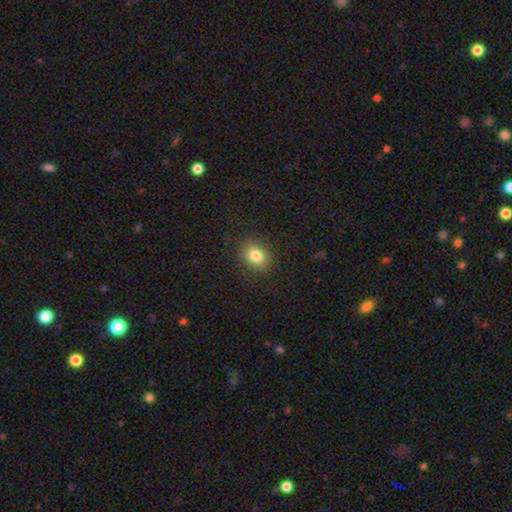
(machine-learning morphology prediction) Overall: smooth (81%). How rounded: in between (54%; round 45%). Merging: none (86%).